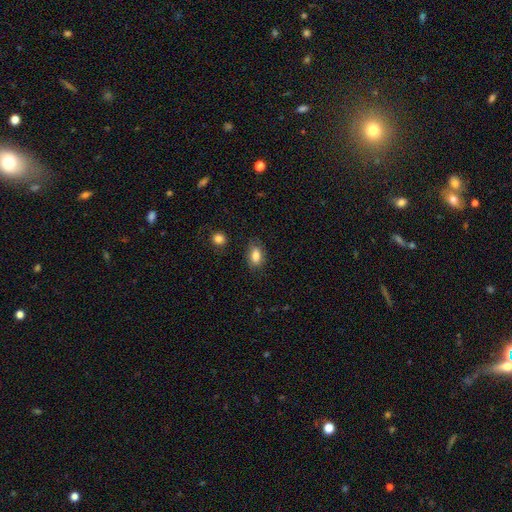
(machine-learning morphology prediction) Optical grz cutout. It shows a smooth galaxy with no disk features (84%) that is in between round and cigar-shaped (87%). Merging: none (81%).